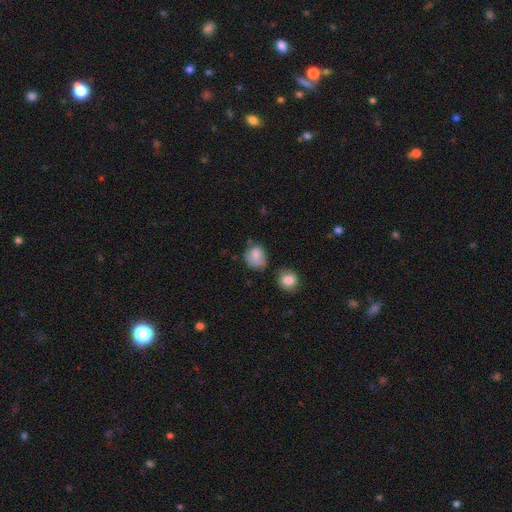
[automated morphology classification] This is likely a smooth galaxy (78%). How rounded: likely round (61%). Merging: possibly none (52%).